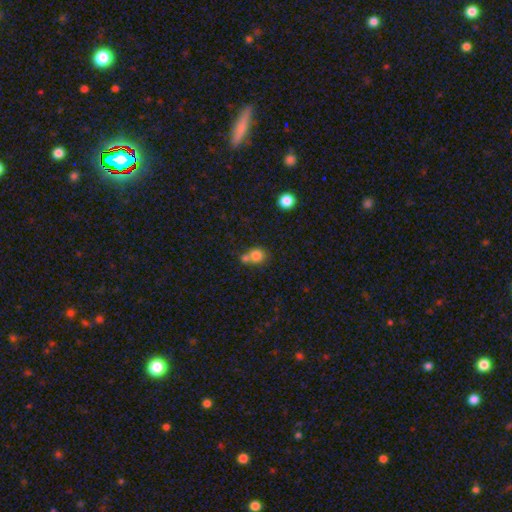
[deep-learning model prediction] smooth_or_featured: smooth (p=0.79) [alt: star or artifact p=0.12]
how_rounded: round (p=0.80) [alt: in between p=0.19]
merging: merger (p=0.46) [alt: none p=0.41]